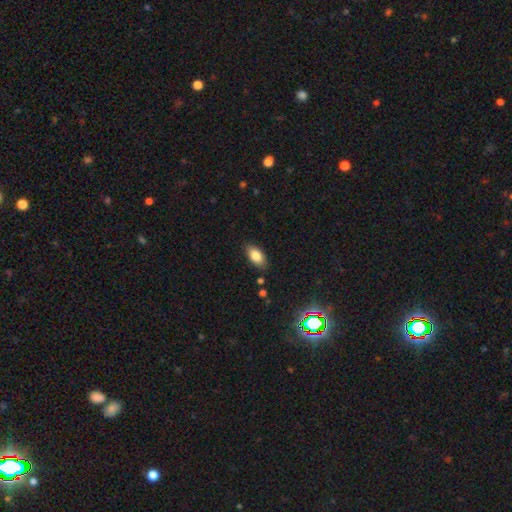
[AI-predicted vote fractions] Smooth or featured? smooth (83%)
How rounded? in between (91%)
Merging? none (85%)